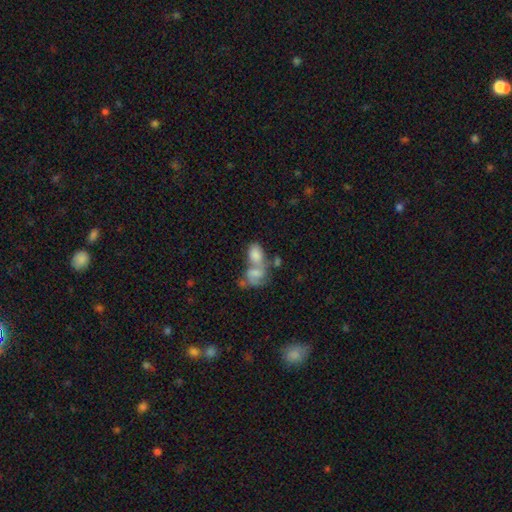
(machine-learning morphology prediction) A smooth galaxy with no disk features (65%) that is in between round and cigar-shaped (83%).

Vote fractions:
- Smooth or featured? smooth: 65% / featured or disk: 25% / star or artifact: 10%
- How rounded? in between: 83% / round: 15% / cigar-shaped: 2%
- Merging? merger: 68% / none: 18% / minor disturbance: 8% / major disturbance: 6%